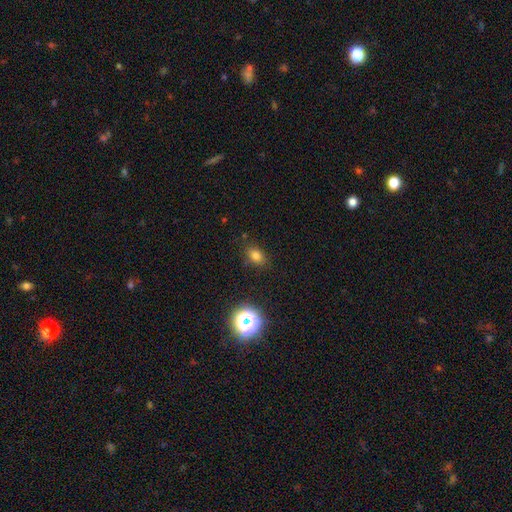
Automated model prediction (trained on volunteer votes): This appears to be a smooth galaxy with no disk features (75%) that is in between round and cigar-shaped (71%). Merging: none (83%).